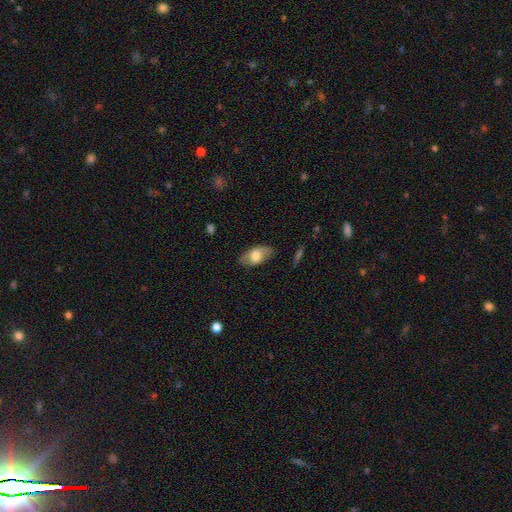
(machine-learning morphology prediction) Smooth or featured: smooth — 67% (featured or disk — 27%)
How rounded: in between — 92% (round — 5%)
Merging: none — 76% (minor disturbance — 18%)